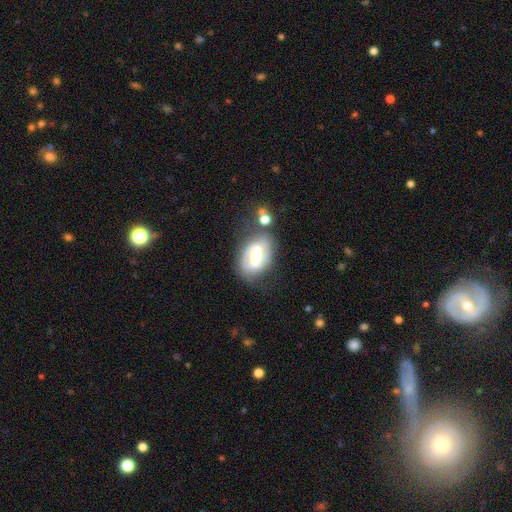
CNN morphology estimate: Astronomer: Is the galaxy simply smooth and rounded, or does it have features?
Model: featured or disk — 72%.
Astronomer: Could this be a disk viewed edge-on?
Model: no — 94%.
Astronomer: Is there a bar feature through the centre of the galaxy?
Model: strong — 48% (runner-up: weak, 37%).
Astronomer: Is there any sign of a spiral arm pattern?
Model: yes — 74%.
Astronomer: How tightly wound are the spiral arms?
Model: medium — 43% (runner-up: tight, 36%).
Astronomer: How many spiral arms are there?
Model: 2 — 78%.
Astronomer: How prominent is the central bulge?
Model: moderate — 67%.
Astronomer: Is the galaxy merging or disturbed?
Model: none — 63%.